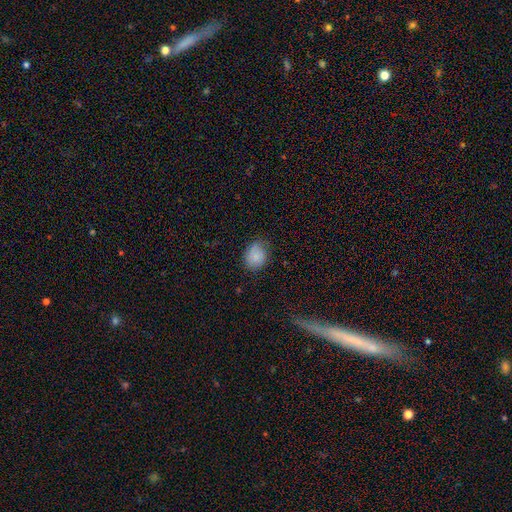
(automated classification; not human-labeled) Overall: smooth (80%). How rounded: round (54%; in between 45%). Merging: none (68%).